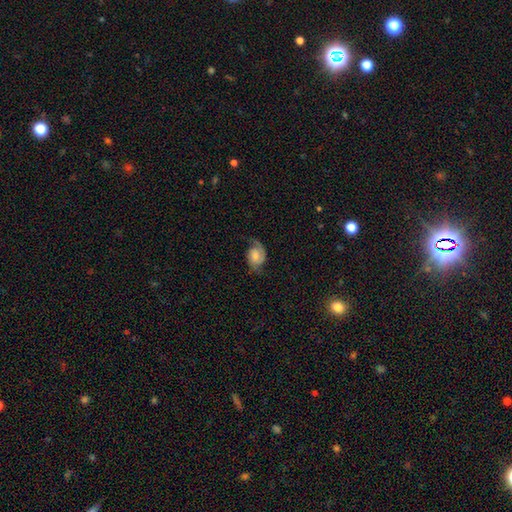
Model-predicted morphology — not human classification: This appears to be a featured or disk galaxy (63%) with no bar (66%), 2 (64%) medium (40%) spiral arms (92%) and a moderate central bulge (51%). Merging: none (54%).